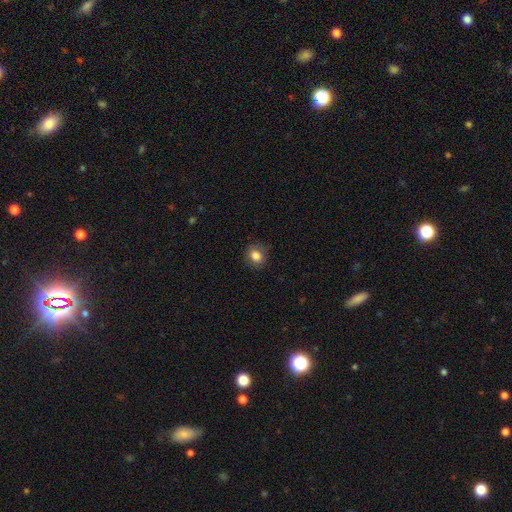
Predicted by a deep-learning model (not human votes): smooth-or-featured: smooth: 84% | star or artifact: 10% | featured or disk: 7%
  how-rounded: round: 63% | in between: 36% | cigar-shaped: 1%
  merging: none: 84% | minor disturbance: 12% | major disturbance: 3% | merger: 1%